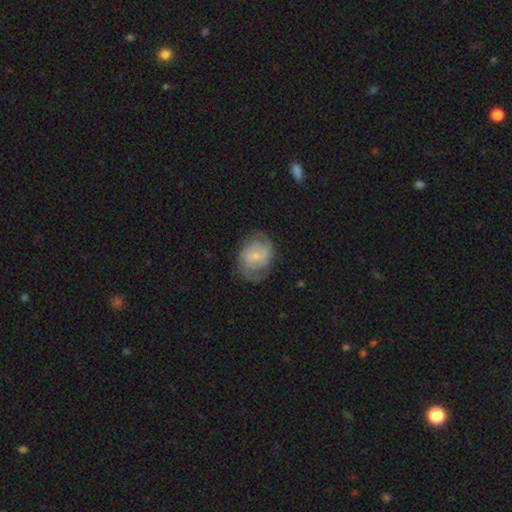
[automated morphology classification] A featured or disk galaxy (65%) with a weak bar (50%), 2 (64%) medium (43%) spiral arms (89%) and a small central bulge (59%). Merging: none (70%).